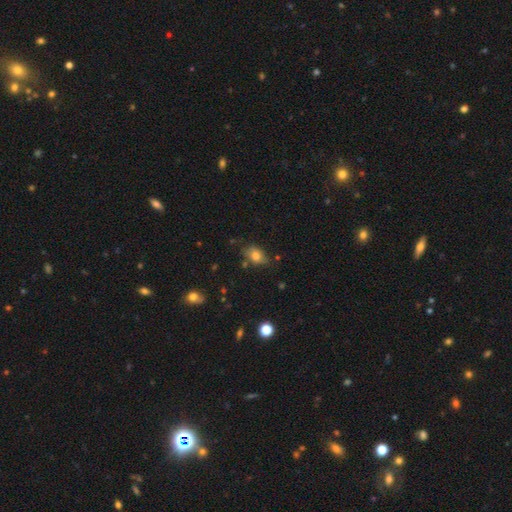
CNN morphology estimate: This appears to be a smooth galaxy with no disk features (77%) that is in between round and cigar-shaped (79%). Merging: none (65%).